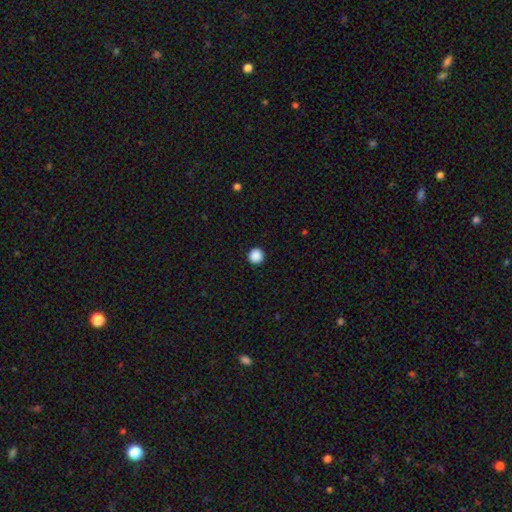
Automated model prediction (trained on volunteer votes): smooth-or-featured: smooth: 88% | star or artifact: 9% | featured or disk: 2%
  how-rounded: round: 96% | in between: 3% | cigar-shaped: 1%
  merging: none: 93% | minor disturbance: 4% | major disturbance: 2% | merger: 1%